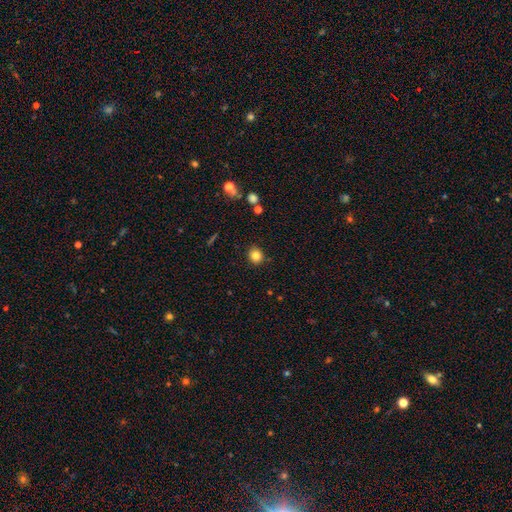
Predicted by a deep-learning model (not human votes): The model was most divided on "how rounded": round: 80%, in between: 19%, cigar-shaped: 1%. More confident: merging — none (89%); smooth or featured — smooth (82%).